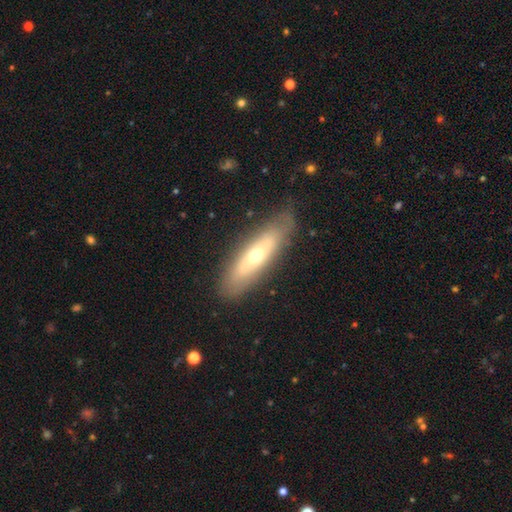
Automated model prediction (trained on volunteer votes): Smooth or featured? Predicted: smooth (p=0.48). Merging? Predicted: none (p=0.81).